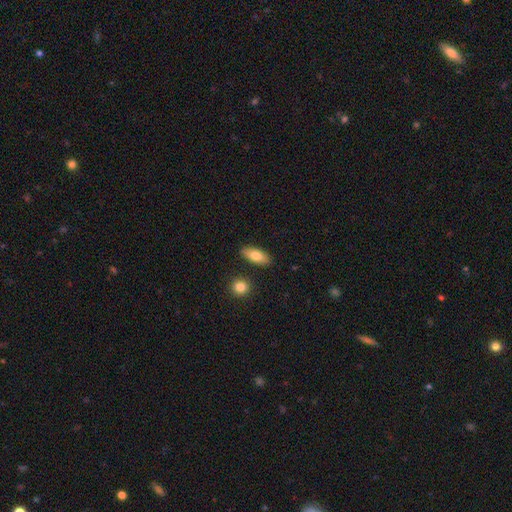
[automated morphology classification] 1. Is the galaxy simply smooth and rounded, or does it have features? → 78% smooth, 15% featured or disk, 6% star or artifact.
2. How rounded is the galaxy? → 77% in between, 20% cigar-shaped, 4% round.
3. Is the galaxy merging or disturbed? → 86% none, 9% minor disturbance, 3% merger, 2% major disturbance.